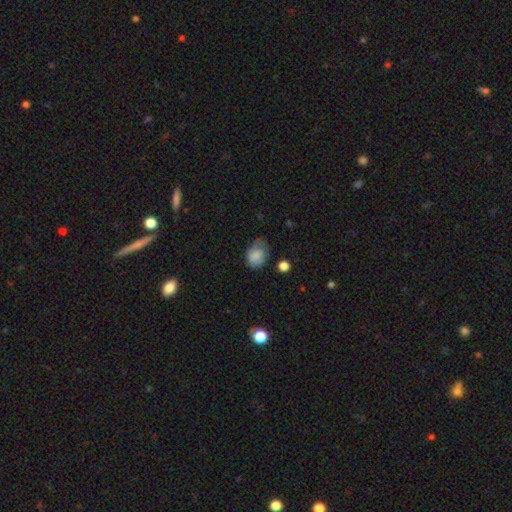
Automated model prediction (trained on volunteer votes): The model was most divided on "merging": none: 50%, minor disturbance: 36%, major disturbance: 12%, merger: 2%. More confident: smooth or featured — smooth (81%); how rounded — in between (66%).